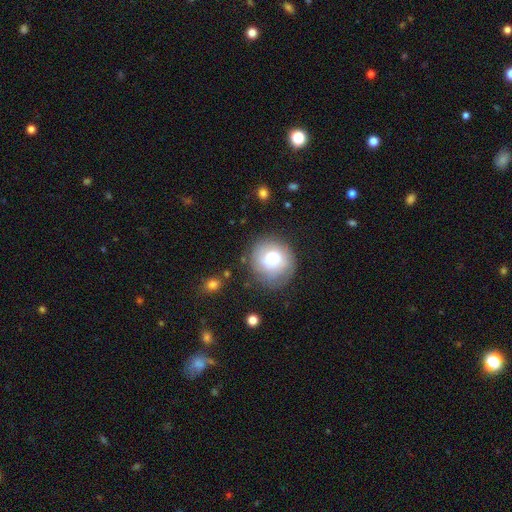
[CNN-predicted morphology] Smooth or featured?
  - smooth: 63% *
  - featured or disk: 27%
  - star or artifact: 11%
How rounded?
  - round: 84% *
  - in between: 15%
  - cigar-shaped: 1%
Merging?
  - none: 74% *
  - minor disturbance: 17%
  - major disturbance: 6%
  - merger: 2%